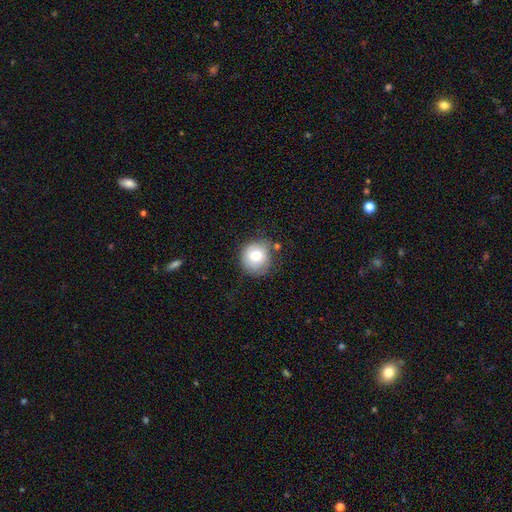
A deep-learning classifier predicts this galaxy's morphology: Smooth or featured?
  - smooth: 75% *
  - featured or disk: 16%
  - star or artifact: 8%
How rounded?
  - round: 88% *
  - in between: 11%
  - cigar-shaped: 1%
Merging?
  - none: 69% *
  - minor disturbance: 21%
  - major disturbance: 6%
  - merger: 4%